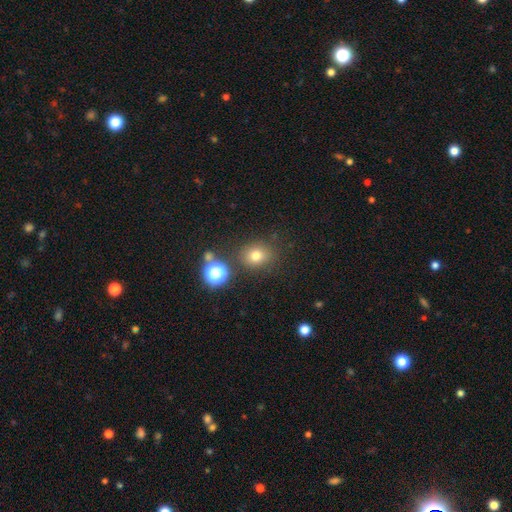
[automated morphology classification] type=smooth (72%); roundness=round (72%); merging=none (80%).